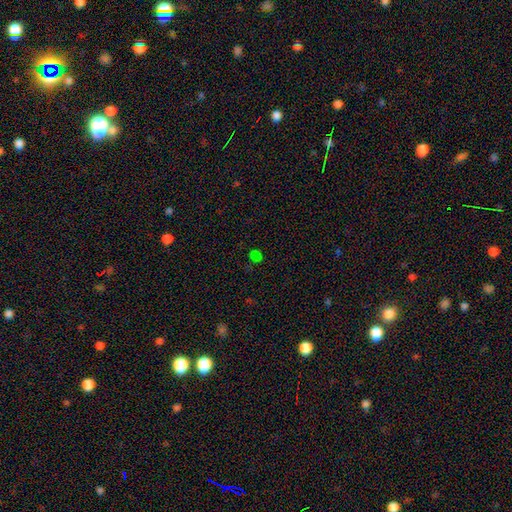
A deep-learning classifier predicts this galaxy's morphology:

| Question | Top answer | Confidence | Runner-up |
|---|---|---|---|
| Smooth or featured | star or artifact | 49% | smooth (42%) |